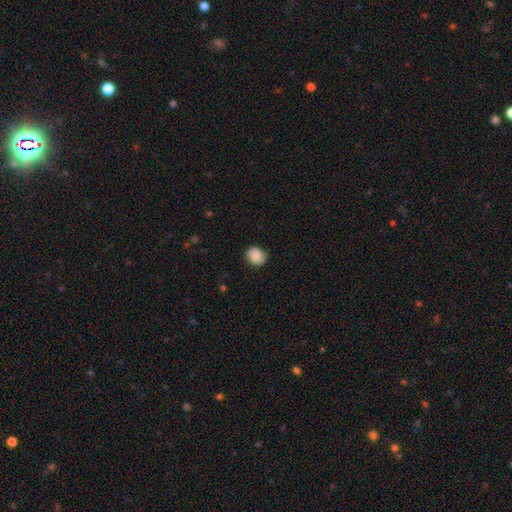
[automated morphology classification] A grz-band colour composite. It shows a smooth galaxy with no disk features (85%) that is round (69%). Merging: none (83%).